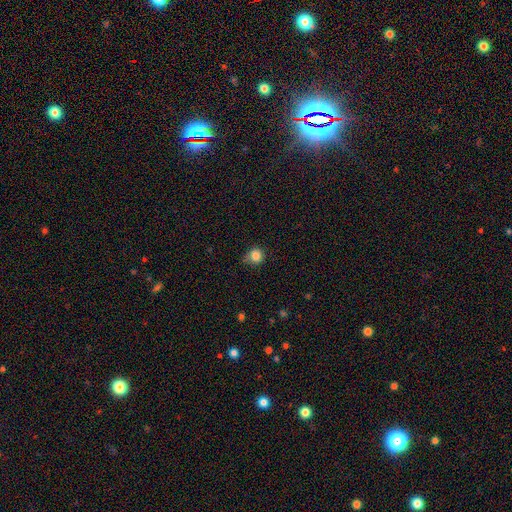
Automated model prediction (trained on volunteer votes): Smooth or featured?
  - smooth: 84% *
  - star or artifact: 11%
  - featured or disk: 5%
How rounded?
  - round: 88% *
  - in between: 11%
  - cigar-shaped: 1%
Merging?
  - none: 69% *
  - minor disturbance: 25%
  - major disturbance: 4%
  - merger: 2%